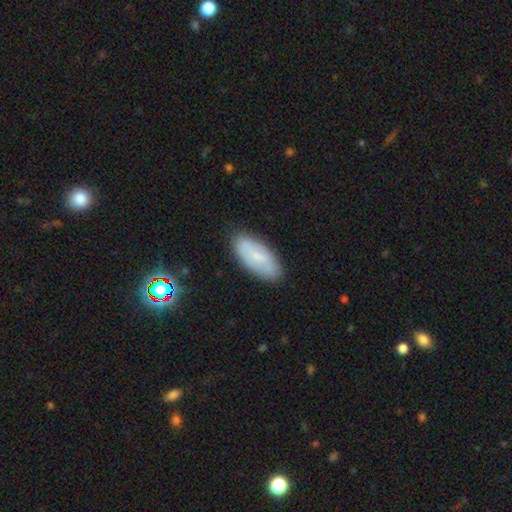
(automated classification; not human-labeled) A smooth galaxy with no disk features (60%) that is in between round and cigar-shaped (86%). Merging: none (85%).